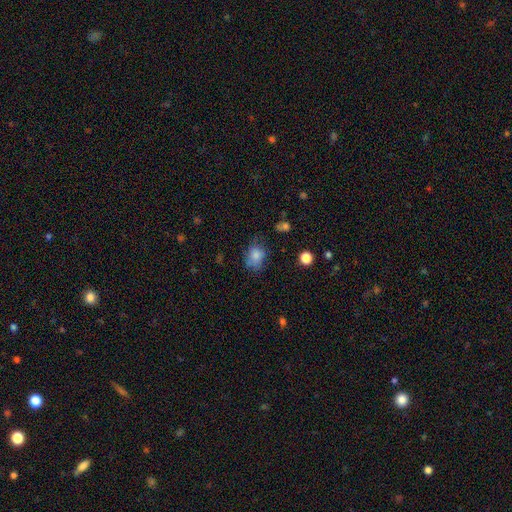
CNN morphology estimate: Overall: smooth (79%). How rounded: in between (57%; round 42%). Merging: none (57%; minor disturbance 28%).